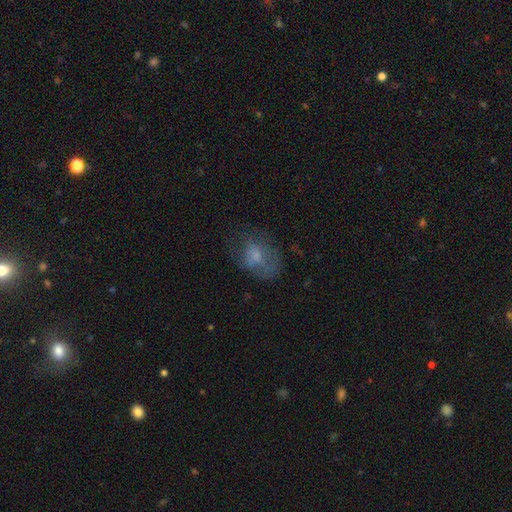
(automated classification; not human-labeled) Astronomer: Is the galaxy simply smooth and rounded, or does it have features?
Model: smooth — 53% (runner-up: featured or disk, 35%).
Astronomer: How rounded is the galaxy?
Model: in between — 69%.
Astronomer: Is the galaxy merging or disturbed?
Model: none — 45% (runner-up: major disturbance, 29%).